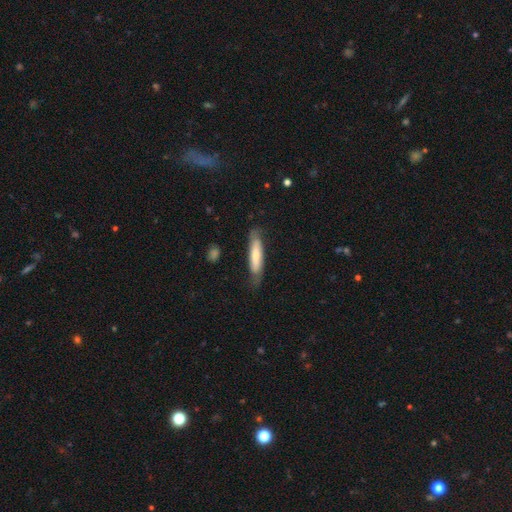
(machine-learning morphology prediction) This appears to be a smooth galaxy with no disk features (61%) that is cigar-shaped (78%). Merging: none (72%).